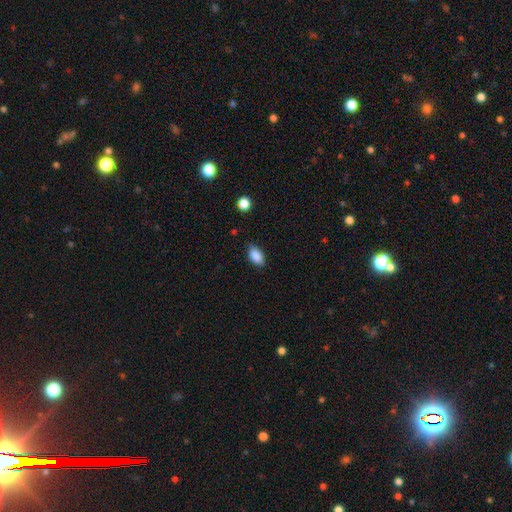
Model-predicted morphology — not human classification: Smooth or featured?
  - smooth: 87% *
  - star or artifact: 8%
  - featured or disk: 5%
How rounded?
  - in between: 91% *
  - round: 5%
  - cigar-shaped: 4%
Merging?
  - none: 79% *
  - minor disturbance: 17%
  - major disturbance: 3%
  - merger: 1%